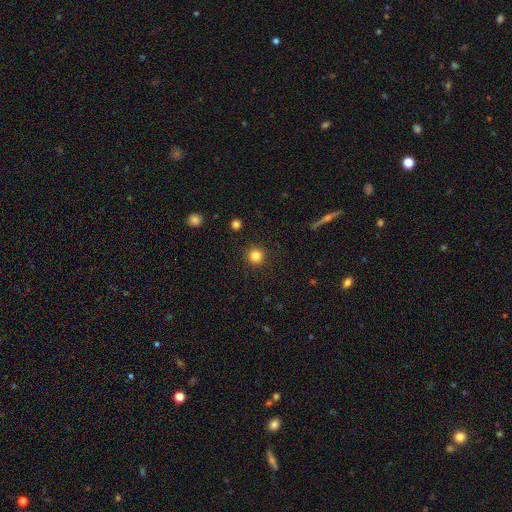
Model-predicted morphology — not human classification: Smooth or featured?
  - smooth: 83% *
  - star or artifact: 12%
  - featured or disk: 5%
How rounded?
  - round: 95% *
  - in between: 4%
  - cigar-shaped: 1%
Merging?
  - none: 92% *
  - minor disturbance: 5%
  - major disturbance: 2%
  - merger: 1%